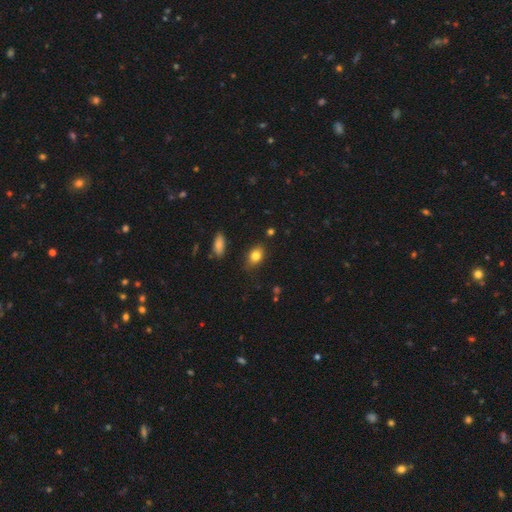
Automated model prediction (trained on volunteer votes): Overall: smooth (82%). How rounded: in between (73%). Merging: none (79%).